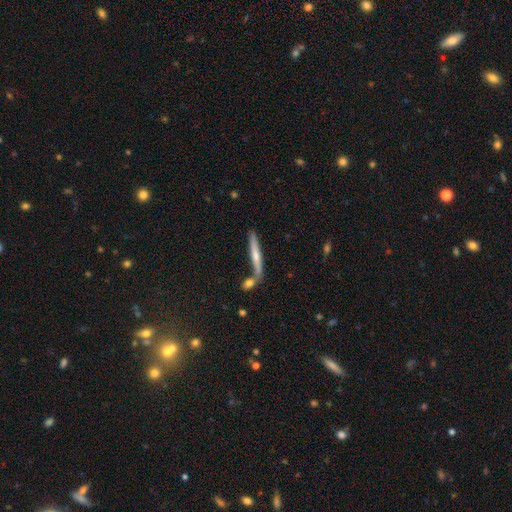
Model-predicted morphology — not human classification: Q: Smooth or featured?
A: featured or disk (51%); runner-up: smooth (43%)
Q: Edge-on disk?
A: yes (94%); runner-up: no (6%)
Q: Merging?
A: none (66%); runner-up: merger (19%)